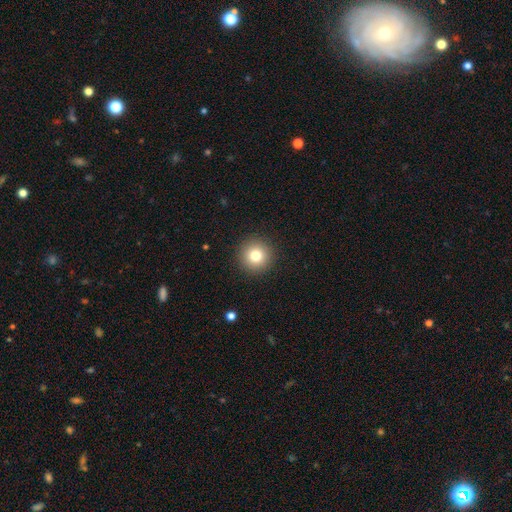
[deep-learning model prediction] This appears to be a smooth galaxy with no disk features (80%) that is round (96%). Merging: none (92%).